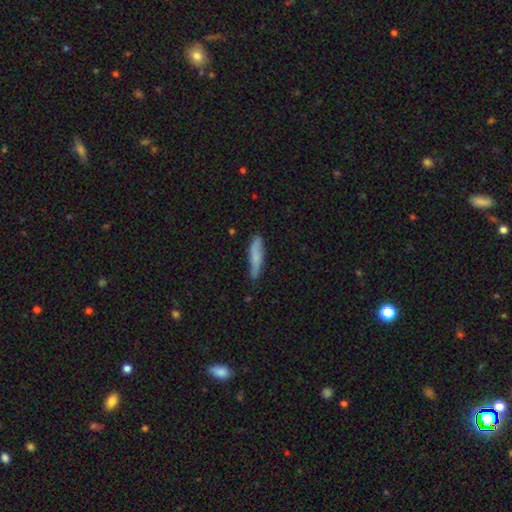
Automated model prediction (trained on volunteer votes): smooth_or_featured: smooth (p=0.68) [alt: featured or disk p=0.26]
how_rounded: cigar-shaped (p=0.83) [alt: in between p=0.16]
merging: none (p=0.76) [alt: minor disturbance p=0.19]